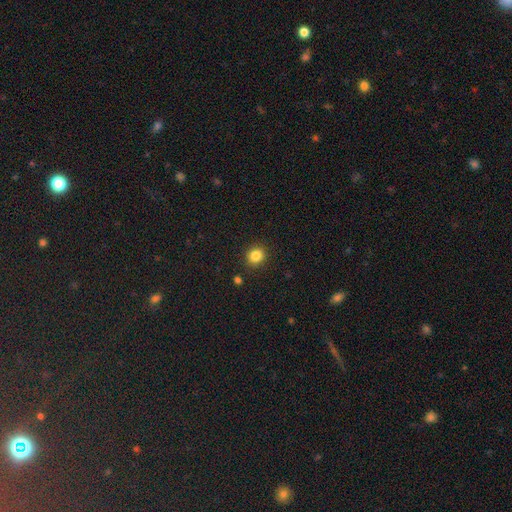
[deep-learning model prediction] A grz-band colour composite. It shows a smooth galaxy with no disk features (84%) that is round (80%). Merging: none (89%).